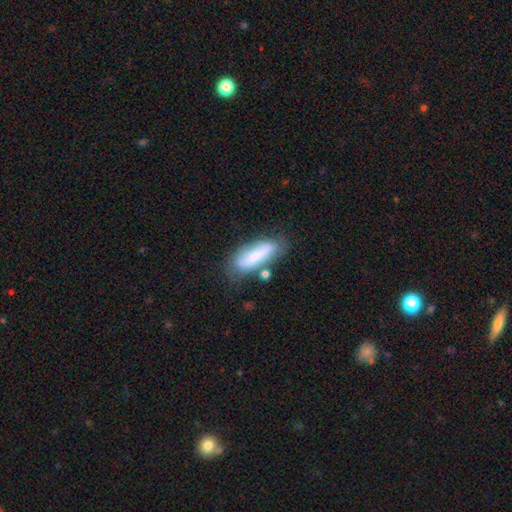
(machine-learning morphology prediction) Smooth or featured? smooth (62%)
How rounded? in between (63%)
Merging? none (64%)